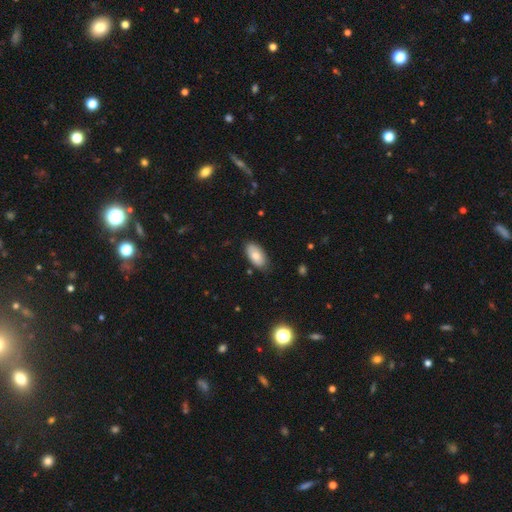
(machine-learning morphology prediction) Smooth or featured?
  - smooth: 76% *
  - featured or disk: 17%
  - star or artifact: 7%
How rounded?
  - in between: 94% *
  - round: 3%
  - cigar-shaped: 3%
Merging?
  - none: 81% *
  - minor disturbance: 15%
  - major disturbance: 3%
  - merger: 1%